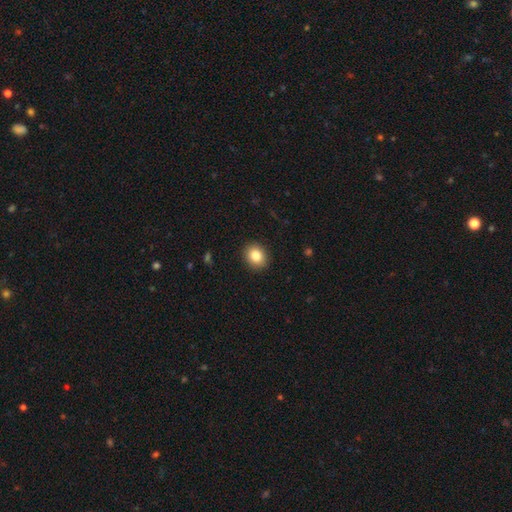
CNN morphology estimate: Smooth or featured? smooth (85%)
How rounded? round (58%)
Merging? none (90%)